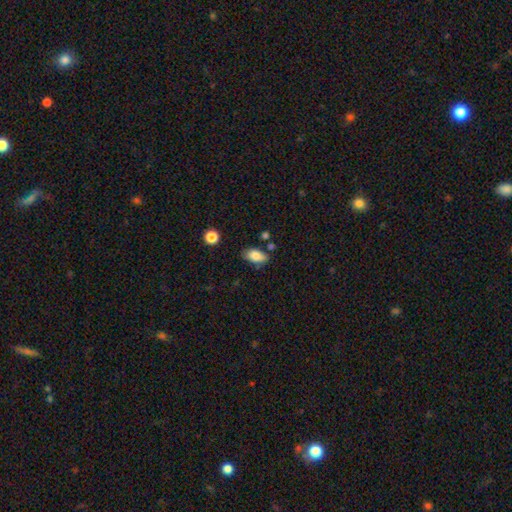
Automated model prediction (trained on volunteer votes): The model was most divided on "merging": none: 72%, minor disturbance: 18%, merger: 6%, major disturbance: 4%. More confident: how rounded — in between (90%); smooth or featured — smooth (83%).